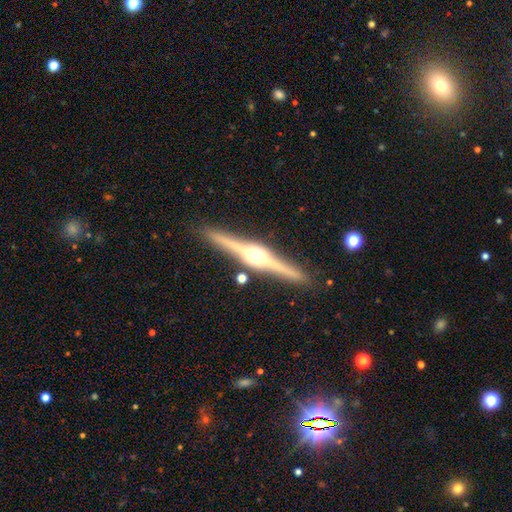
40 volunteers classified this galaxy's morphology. This is clearly a featured or disk galaxy (90%). It is clearly viewed edge-on (97%). Edge-on bulge: clearly rounded (86%). Merging: clearly none (95%).